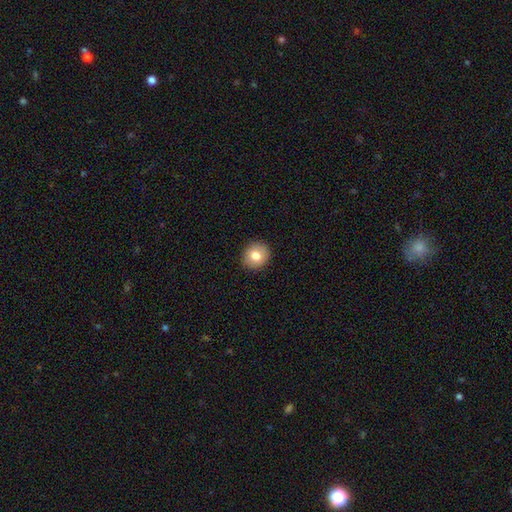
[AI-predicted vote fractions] Smooth or featured? Predicted: smooth (p=0.80). How rounded? Predicted: round (p=0.79). Merging? Predicted: none (p=0.90).